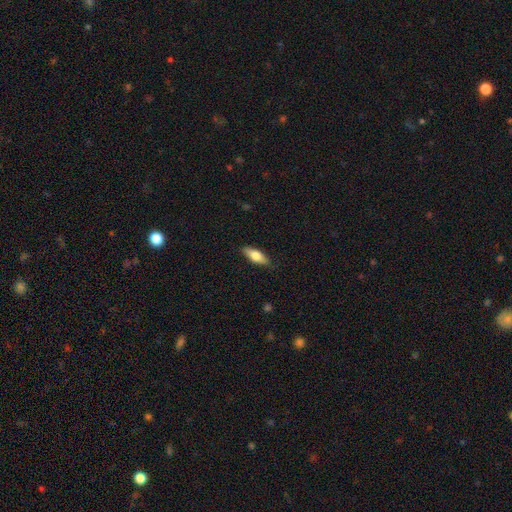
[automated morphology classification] Smooth or featured? Predicted: smooth (p=0.68). How rounded? Predicted: in between (p=0.64). Merging? Predicted: none (p=0.86).